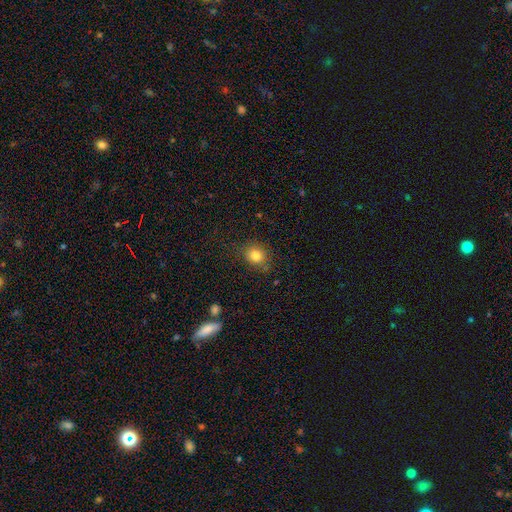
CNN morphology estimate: smooth 81%, star or artifact 12%, featured or disk 7%. Down the decision tree: how rounded — round (74%); merging — none (81%).